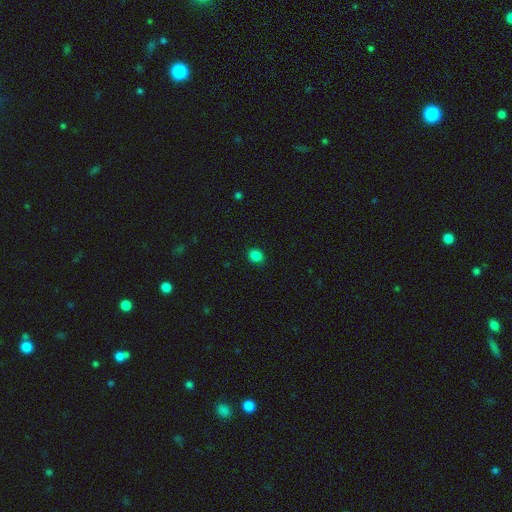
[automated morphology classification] type=smooth (85%); roundness=round (62%); merging=none (90%).